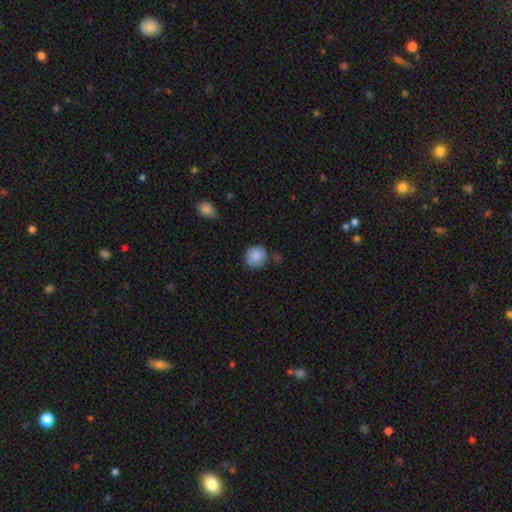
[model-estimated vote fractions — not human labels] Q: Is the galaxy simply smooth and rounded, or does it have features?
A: smooth — 84%.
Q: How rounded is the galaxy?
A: round — 78%.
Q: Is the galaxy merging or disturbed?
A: none — 73%.